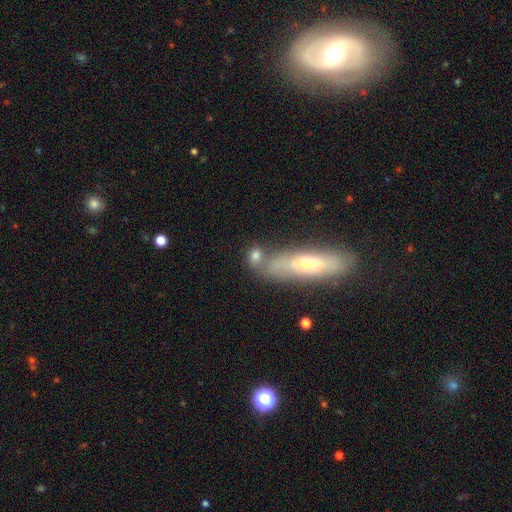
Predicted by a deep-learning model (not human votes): smooth_or_featured: smooth (p=0.69) [alt: featured or disk p=0.18]
how_rounded: in between (p=0.59) [alt: round p=0.28]
merging: none (p=0.43) [alt: merger p=0.37]